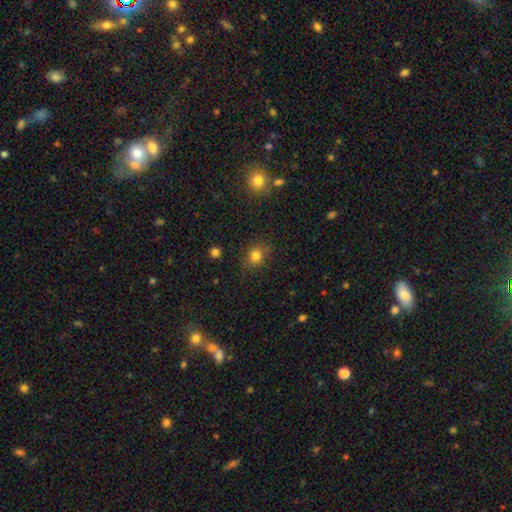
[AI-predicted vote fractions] Overall: smooth (81%). How rounded: round (61%; in between 38%). Merging: none (81%).